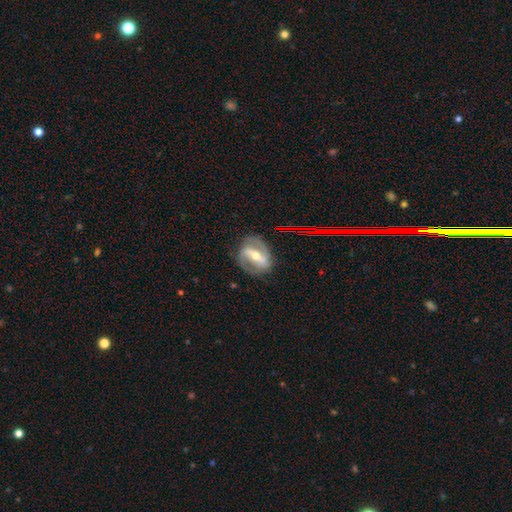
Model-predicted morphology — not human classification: featured or disk 82%, smooth 12%, star or artifact 6%. Down the decision tree: edge-on disk — no (94%); bar — strong (67%); spiral arms — yes (85%); spiral arm count — 2 (88%); spiral winding — medium (46%); bulge size — moderate (62%); merging — none (80%).